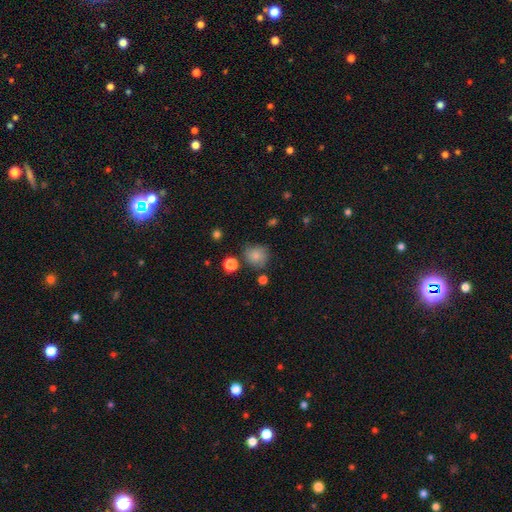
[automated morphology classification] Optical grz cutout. It shows a smooth galaxy with no disk features (81%) that is round (85%). Merging: none (70%).